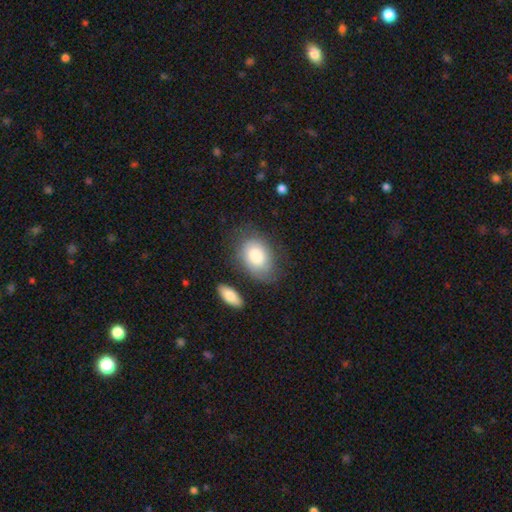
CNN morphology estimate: A smooth galaxy with no disk features (73%) that is in between round and cigar-shaped (76%). Merging: none (60%).